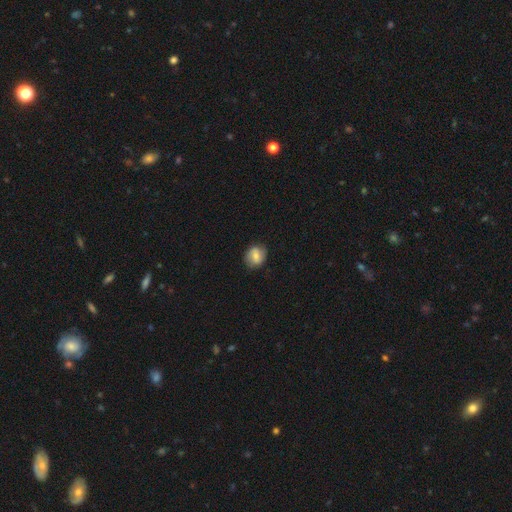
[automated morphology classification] Smooth or featured? Predicted: smooth (p=0.56). How rounded? Predicted: round (p=0.61). Merging? Predicted: none (p=0.82).